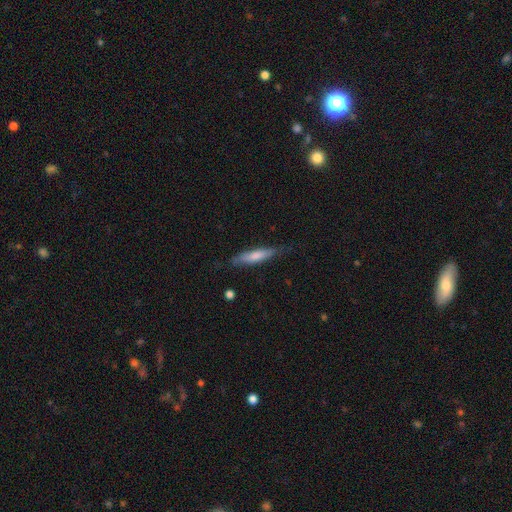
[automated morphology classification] Overall: smooth (67%; featured or disk 27%). How rounded: cigar-shaped (81%). Merging: none (73%).